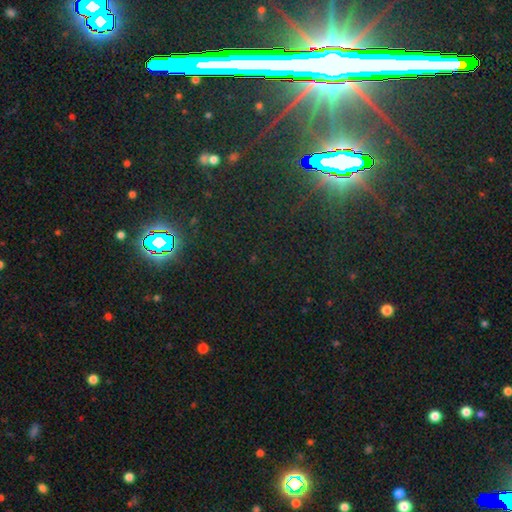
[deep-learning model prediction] A star or artifact, not a galaxy (81%).

Vote fractions:
- Smooth or featured? star or artifact: 81% / featured or disk: 10% / smooth: 10%